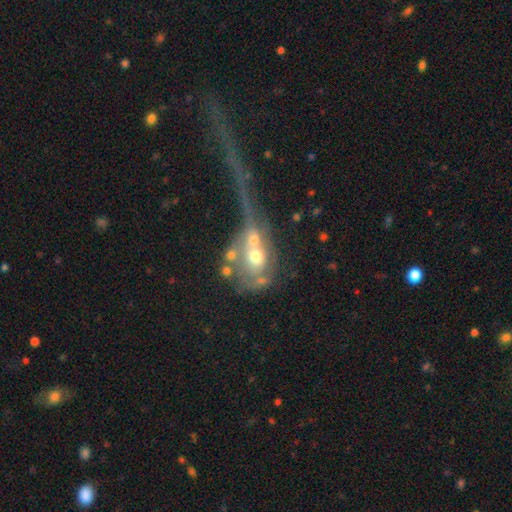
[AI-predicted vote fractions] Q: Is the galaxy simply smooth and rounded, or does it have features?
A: featured or disk — 44%.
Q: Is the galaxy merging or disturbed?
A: merger — 54%.